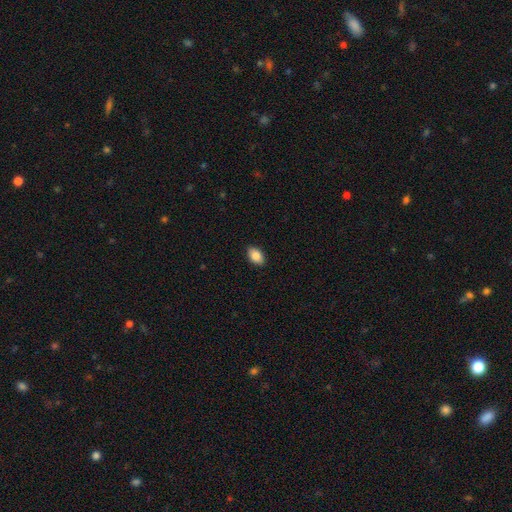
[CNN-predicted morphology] This is clearly a smooth galaxy (87%). How rounded: clearly in between (89%). Merging: clearly none (89%).